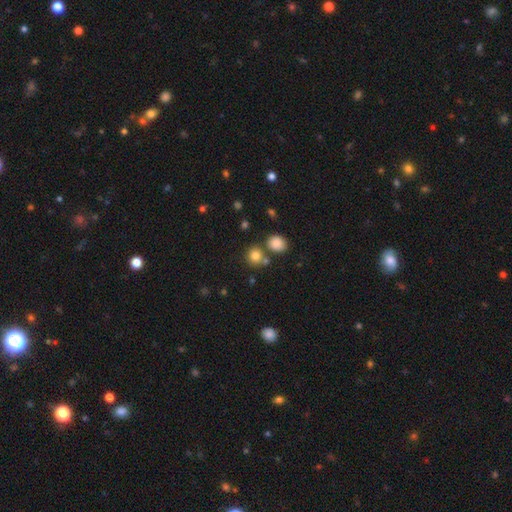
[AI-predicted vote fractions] Smooth or featured? Predicted: smooth (p=0.81). How rounded? Predicted: round (p=0.86). Merging? Predicted: none (p=0.69).